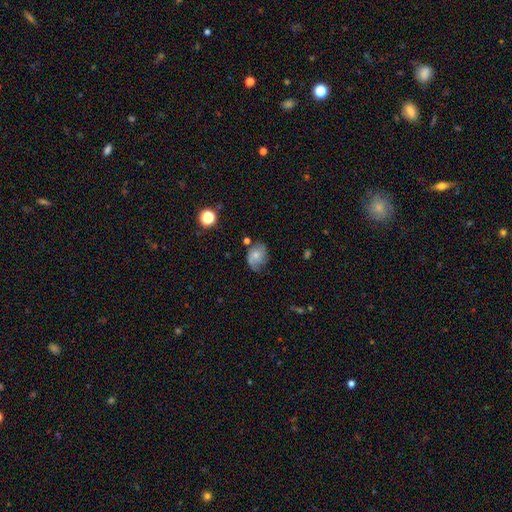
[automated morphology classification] This is possibly a smooth galaxy (58%). How rounded: possibly in between (60%). Merging: possibly none (55%).